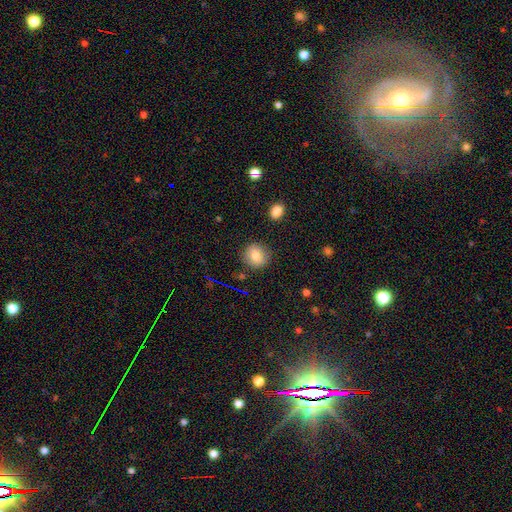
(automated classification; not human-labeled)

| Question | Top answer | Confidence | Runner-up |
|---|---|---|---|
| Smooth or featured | smooth | 78% | featured or disk (13%) |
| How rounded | round | 86% | in between (13%) |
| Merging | none | 87% | minor disturbance (9%) |